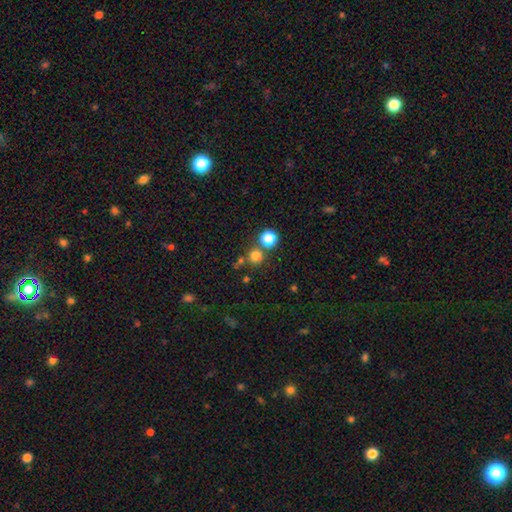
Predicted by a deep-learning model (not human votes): Morphology: type=smooth (76%); roundness=round (93%); merging=none (70%).